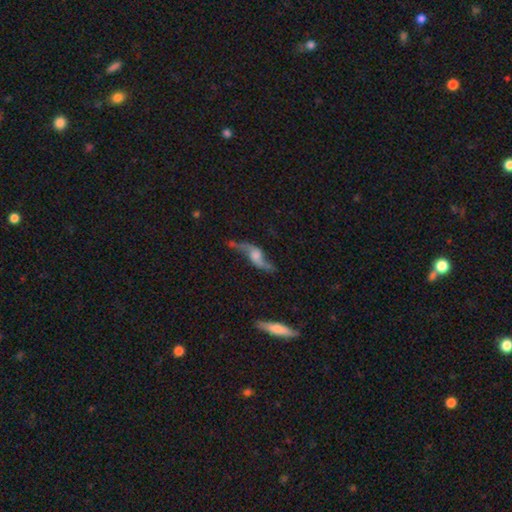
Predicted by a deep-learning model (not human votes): smooth-or-featured: featured or disk: 81% | smooth: 12% | star or artifact: 7%
  disk-edge-on: no: 81% | yes: 19%
    bar: no: 57% | weak: 34% | strong: 9%
    has-spiral-arms: yes: 93% | no: 7%
      spiral-winding: loose: 91% | medium: 7% | tight: 2%
      spiral-arm-count: 2: 92% | 1: 3% | can't tell: 2% | 3: 1% | 4: 1% | more than 4: 1%
    bulge-size: moderate: 33% | small: 25% | none: 20% | large: 18% | dominant: 3%
  merging: none: 63% | minor disturbance: 19% | major disturbance: 12% | merger: 6%